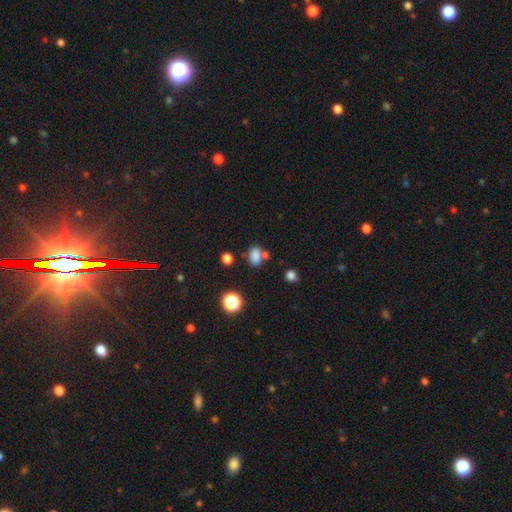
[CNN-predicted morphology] Q: Smooth or featured?
A: smooth (80%); runner-up: star or artifact (14%)
Q: How rounded?
A: in between (72%); runner-up: round (26%)
Q: Merging?
A: none (59%); runner-up: merger (21%)